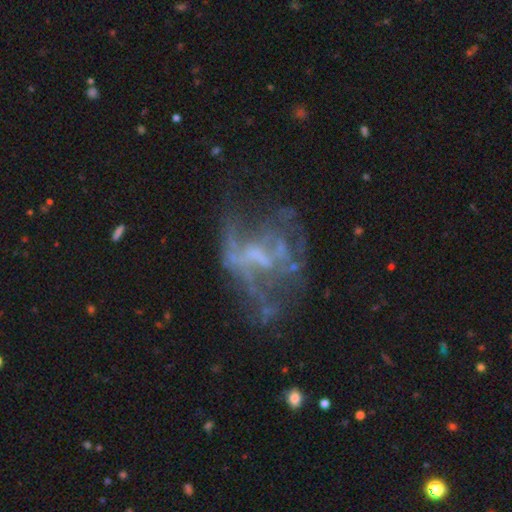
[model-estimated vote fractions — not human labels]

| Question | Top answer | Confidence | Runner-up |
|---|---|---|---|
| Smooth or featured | featured or disk | 70% | star or artifact (17%) |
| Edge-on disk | no | 96% | yes (4%) |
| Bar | no | 63% | weak (26%) |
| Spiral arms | no | 69% | yes (31%) |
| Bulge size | none | 56% | small (24%) |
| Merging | major disturbance | 40% | none (36%) |